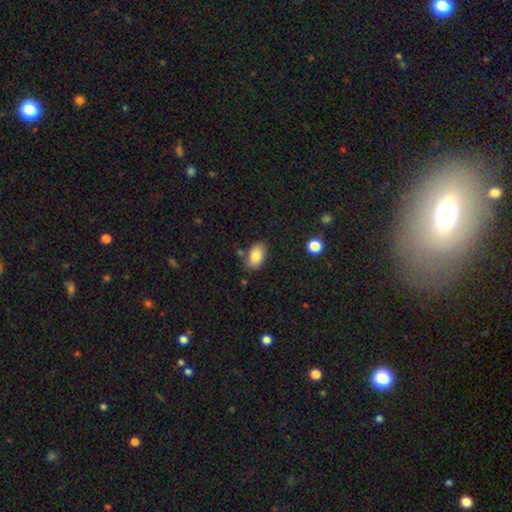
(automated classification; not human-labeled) Morphology: type=smooth (84%); roundness=in between (90%); merging=none (76%).